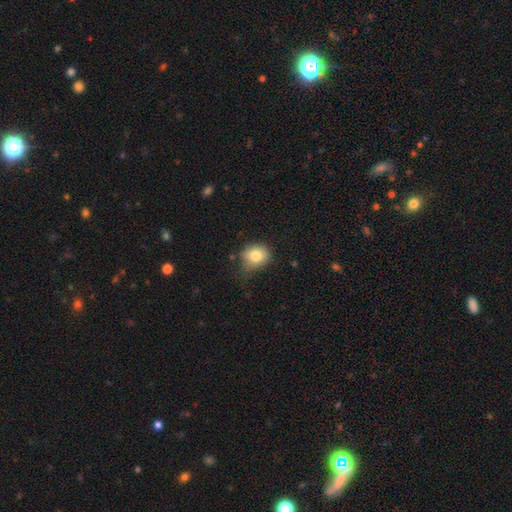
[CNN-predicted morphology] Smooth or featured? Predicted: smooth (p=0.80). How rounded? Predicted: round (p=0.64). Merging? Predicted: none (p=0.57).